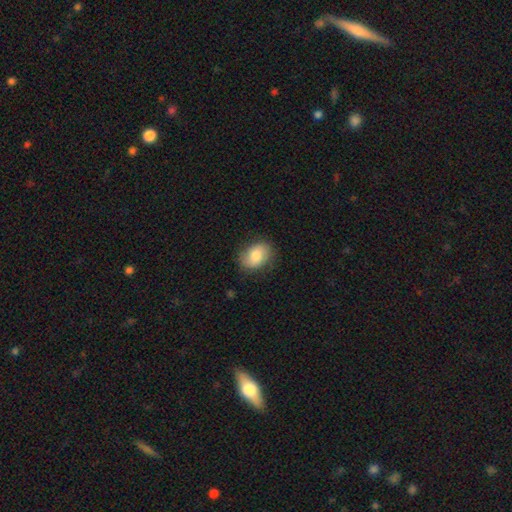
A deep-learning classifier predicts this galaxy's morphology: A smooth galaxy with no disk features (75%) that is in between round and cigar-shaped (77%).

Vote fractions:
- Smooth or featured? smooth: 75% / featured or disk: 18% / star or artifact: 7%
- How rounded? in between: 77% / round: 22% / cigar-shaped: 1%
- Merging? none: 79% / minor disturbance: 16% / major disturbance: 4% / merger: 1%